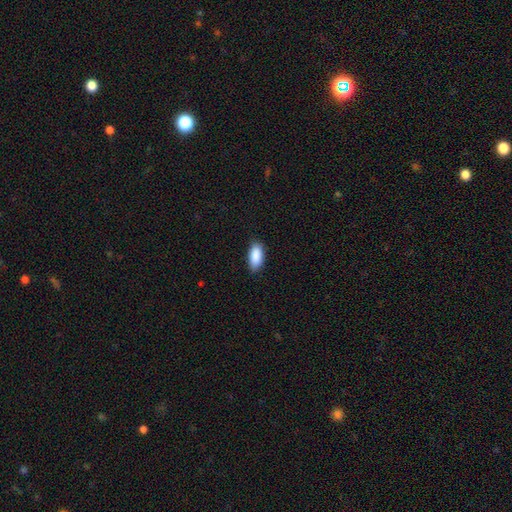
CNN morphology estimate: smooth-or-featured: smooth: 89% | star or artifact: 6% | featured or disk: 5%
  how-rounded: in between: 89% | cigar-shaped: 9% | round: 2%
  merging: none: 82% | minor disturbance: 15% | major disturbance: 2% | merger: 1%